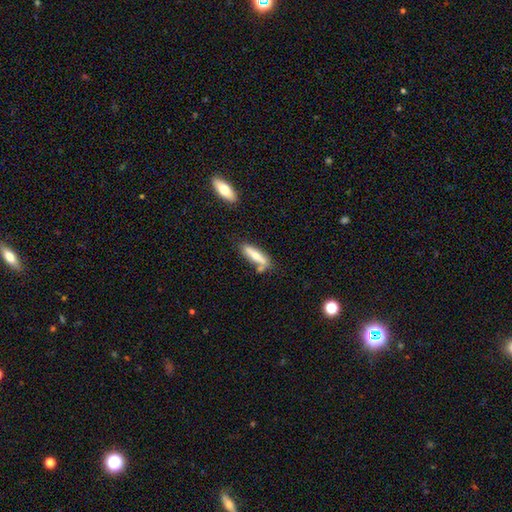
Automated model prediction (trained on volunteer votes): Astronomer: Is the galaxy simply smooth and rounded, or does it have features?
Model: smooth — 54% (runner-up: featured or disk, 40%).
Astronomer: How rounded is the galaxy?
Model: cigar-shaped — 68%.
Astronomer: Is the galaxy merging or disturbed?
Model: none — 63%.